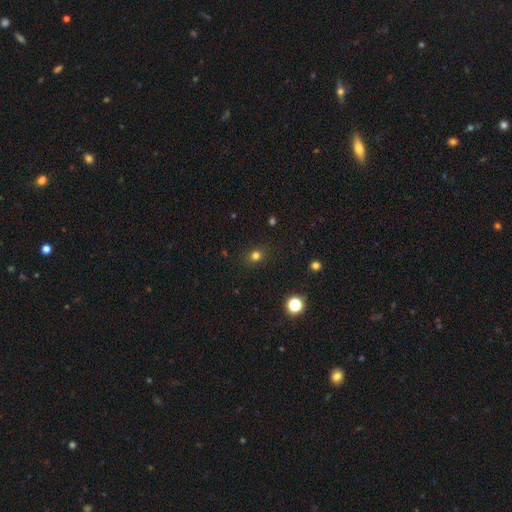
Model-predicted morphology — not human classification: This appears to be a smooth galaxy with no disk features (75%) that is round (74%). Merging: none (87%).